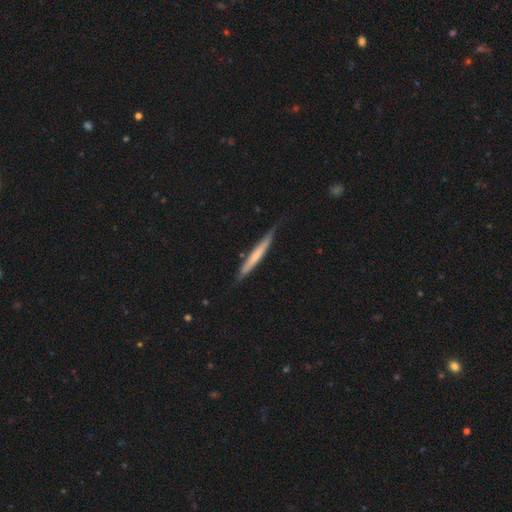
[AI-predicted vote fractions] This appears to be a smooth galaxy with no disk features (53%) that is cigar-shaped (96%). Merging: none (79%).